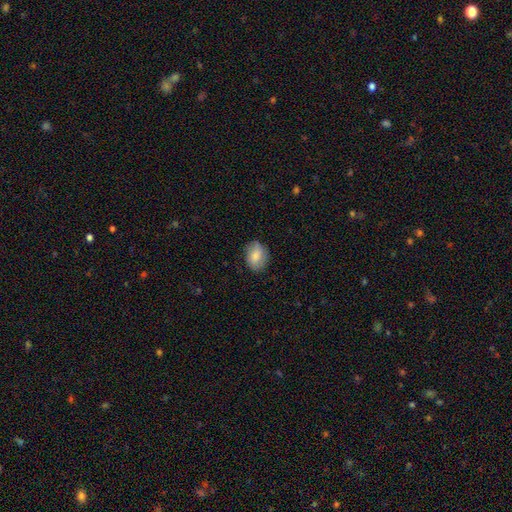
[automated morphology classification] Smooth or featured? Predicted: smooth (p=0.80). How rounded? Predicted: in between (p=0.71). Merging? Predicted: none (p=0.82).